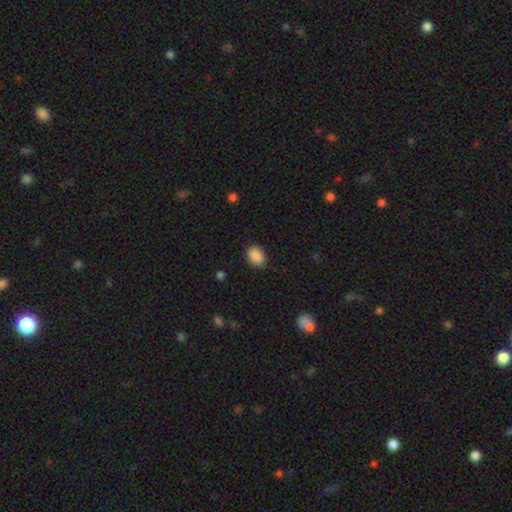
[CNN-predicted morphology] A smooth galaxy with no disk features (88%) that is in between round and cigar-shaped (68%).

Vote fractions:
- Smooth or featured? smooth: 88% / star or artifact: 8% / featured or disk: 4%
- How rounded? in between: 68% / round: 31% / cigar-shaped: 1%
- Merging? none: 85% / minor disturbance: 12% / major disturbance: 3% / merger: 1%